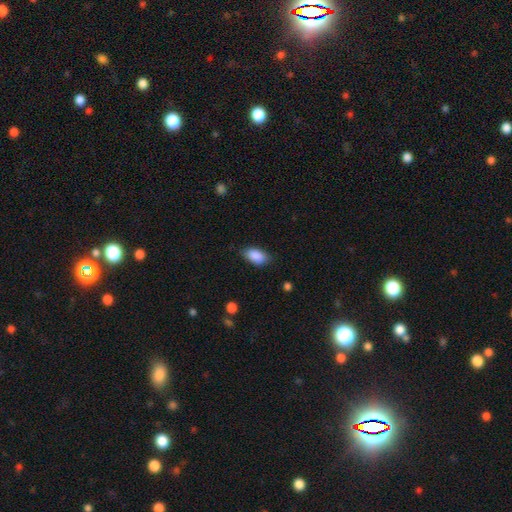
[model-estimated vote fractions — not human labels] smooth_or_featured: smooth (p=0.89) [alt: star or artifact p=0.07]
how_rounded: in between (p=0.93) [alt: round p=0.05]
merging: none (p=0.80) [alt: minor disturbance p=0.16]